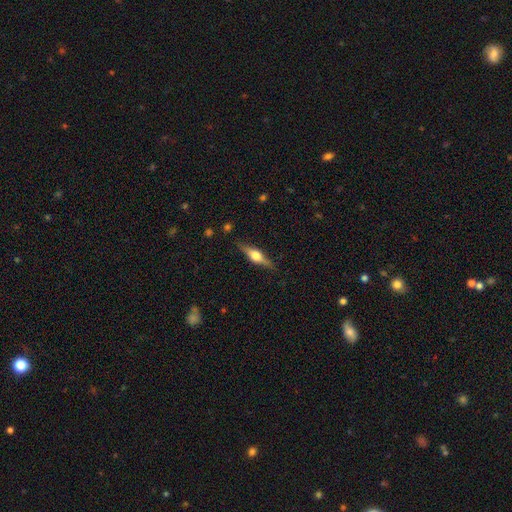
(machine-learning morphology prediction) Overall: featured or disk (69%). Edge-on disk: yes (97%). Edge-on bulge: rounded (93%). Merging: none (87%).